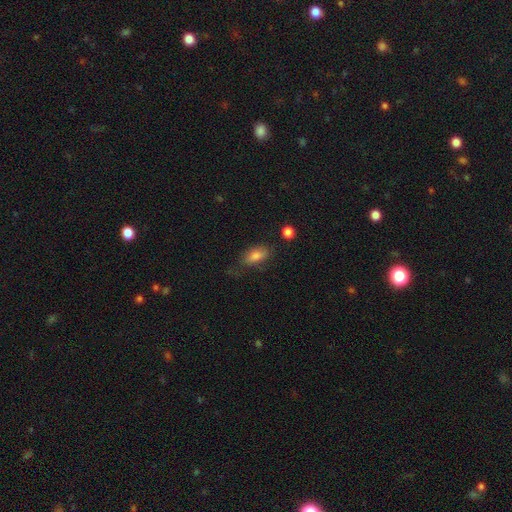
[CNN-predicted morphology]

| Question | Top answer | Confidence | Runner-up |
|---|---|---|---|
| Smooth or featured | smooth | 81% | featured or disk (11%) |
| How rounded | in between | 87% | cigar-shaped (7%) |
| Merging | none | 63% | minor disturbance (24%) |